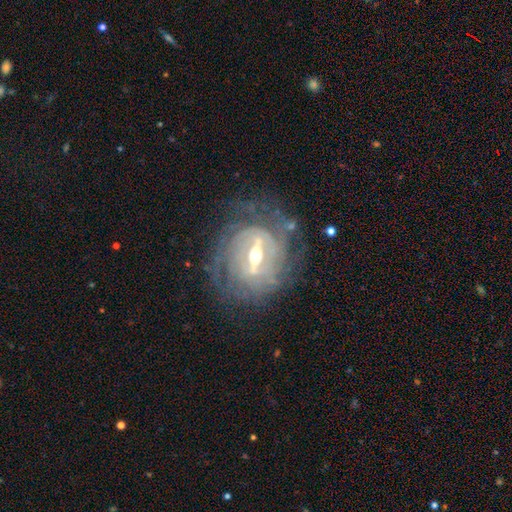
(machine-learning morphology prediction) Smooth or featured?
  - featured or disk: 86% *
  - smooth: 8%
  - star or artifact: 7%
Edge-on disk?
  - no: 88% *
  - yes: 12%
Bar?
  - strong: 63% *
  - weak: 29%
  - no: 8%
Spiral arms?
  - yes: 85% *
  - no: 15%
Spiral winding?
  - tight: 73% *
  - medium: 21%
  - loose: 7%
Spiral arm count?
  - can't tell: 48% *
  - 2: 17%
  - 3: 12%
  - 4: 11%
  - more than 4: 7%
  - 1: 5%
Bulge size?
  - moderate: 60% *
  - small: 32%
  - large: 6%
  - dominant: 1%
  - none: 1%
Merging?
  - none: 71% *
  - minor disturbance: 16%
  - major disturbance: 11%
  - merger: 2%